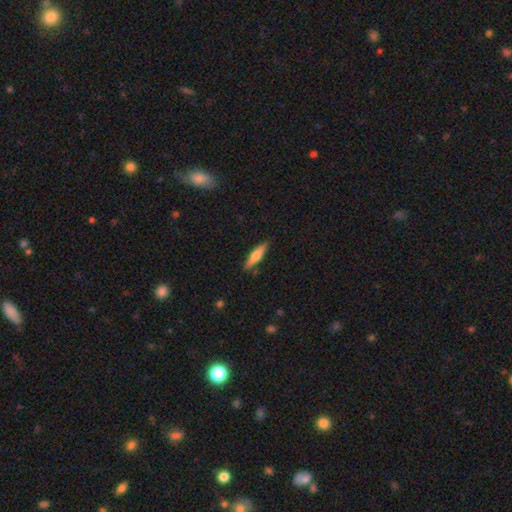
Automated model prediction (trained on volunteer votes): Smooth or featured? smooth (55%)
How rounded? cigar-shaped (77%)
Merging? none (86%)